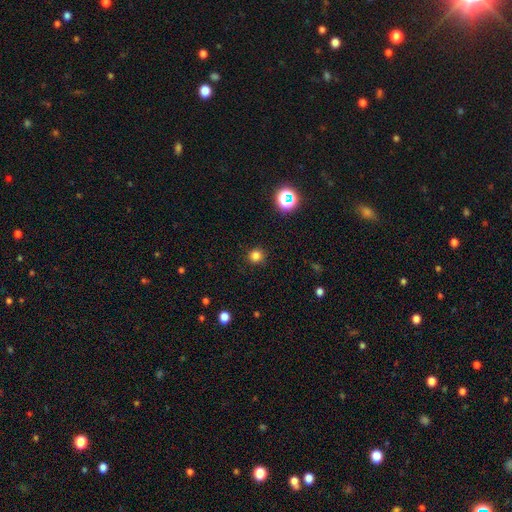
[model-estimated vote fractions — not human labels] smooth_or_featured: smooth (p=0.80) [alt: star or artifact p=0.16]
how_rounded: round (p=0.93) [alt: in between p=0.06]
merging: none (p=0.90) [alt: minor disturbance p=0.07]